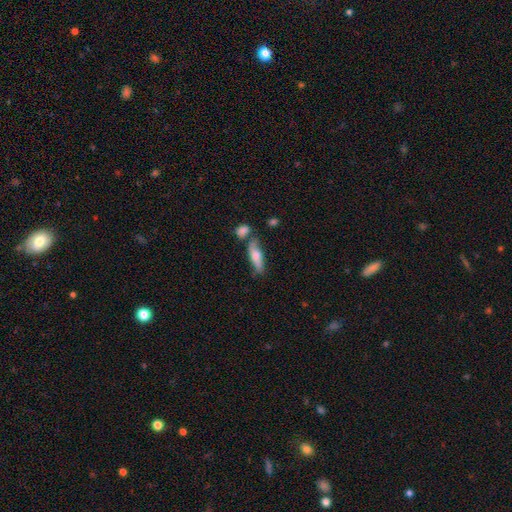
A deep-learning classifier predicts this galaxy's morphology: This is likely a smooth galaxy (62%). How rounded: possibly cigar-shaped (51%). Merging: possibly none (54%).